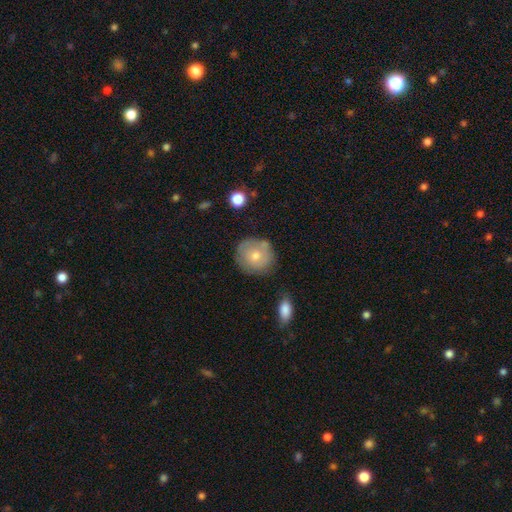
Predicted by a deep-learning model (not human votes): A smooth galaxy with no disk features (70%) that is round (90%).

Vote fractions:
- Smooth or featured? smooth: 70% / featured or disk: 22% / star or artifact: 8%
- How rounded? round: 90% / in between: 9% / cigar-shaped: 1%
- Merging? none: 71% / minor disturbance: 19% / merger: 5% / major disturbance: 5%